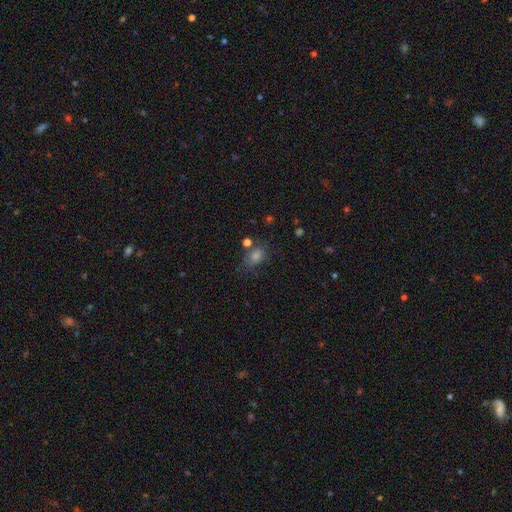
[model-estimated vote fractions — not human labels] Smooth or featured?
  - smooth: 61% *
  - star or artifact: 27%
  - featured or disk: 12%
How rounded?
  - in between: 63% *
  - round: 35%
  - cigar-shaped: 2%
Merging?
  - none: 66% *
  - minor disturbance: 19%
  - merger: 8%
  - major disturbance: 8%